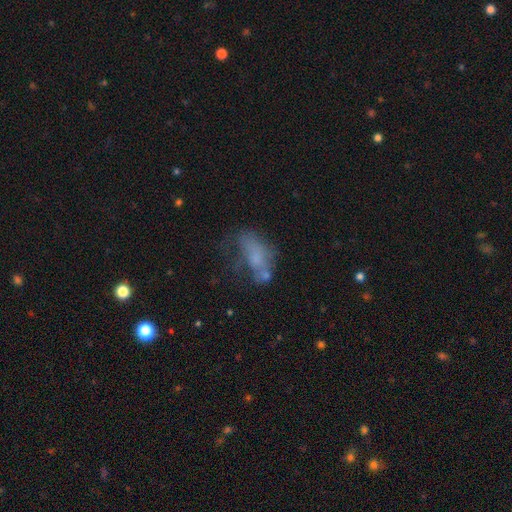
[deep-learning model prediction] Morphology: type=smooth (50%); roundness=in between (83%); merging=major disturbance (38%).